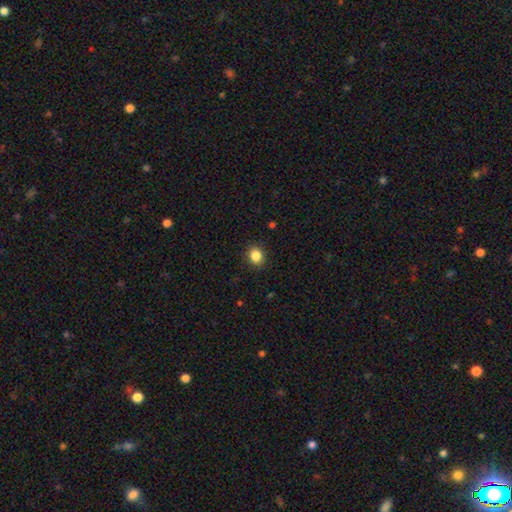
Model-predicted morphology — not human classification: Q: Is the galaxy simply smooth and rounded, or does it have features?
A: smooth — 86%.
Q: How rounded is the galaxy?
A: round — 66%.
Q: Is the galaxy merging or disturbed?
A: none — 89%.